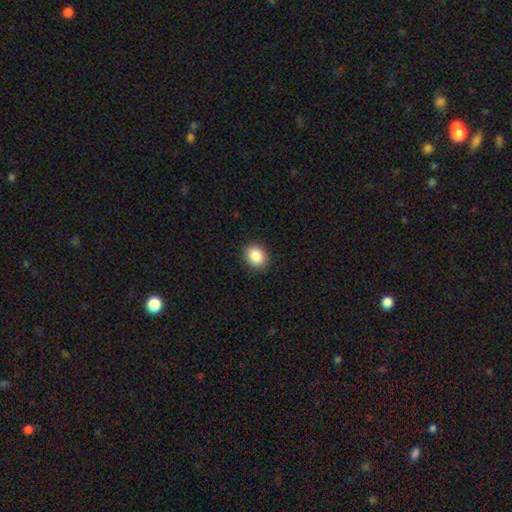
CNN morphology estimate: type=smooth (88%); roundness=in between (52%); merging=none (89%).